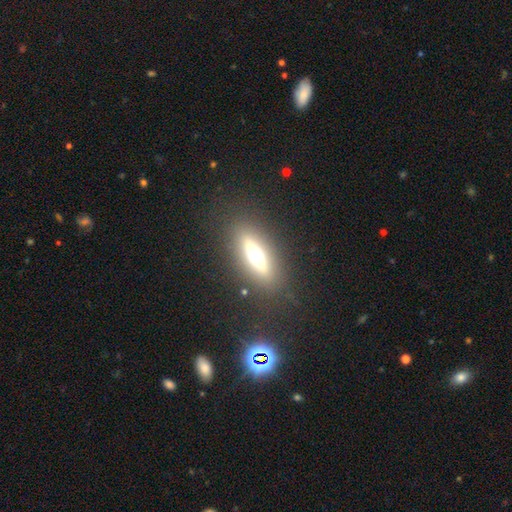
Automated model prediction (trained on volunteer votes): smooth-or-featured: featured or disk: 54% | smooth: 36% | star or artifact: 10%
  disk-edge-on: yes: 86% | no: 14%
  merging: none: 85% | minor disturbance: 9% | major disturbance: 5% | merger: 1%